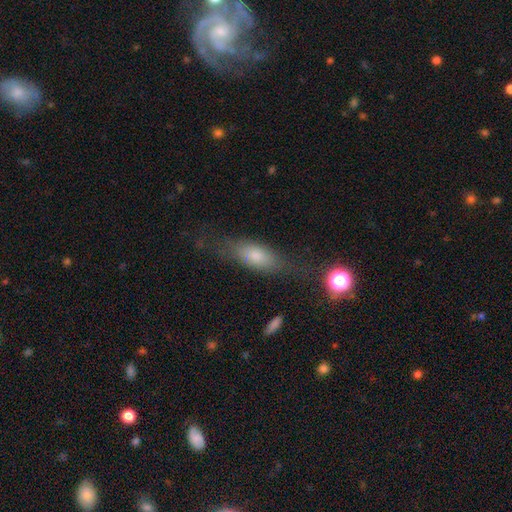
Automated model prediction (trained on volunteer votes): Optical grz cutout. It shows a smooth galaxy with no disk features (70%) that is in between round and cigar-shaped (69%). Merging: none (61%).